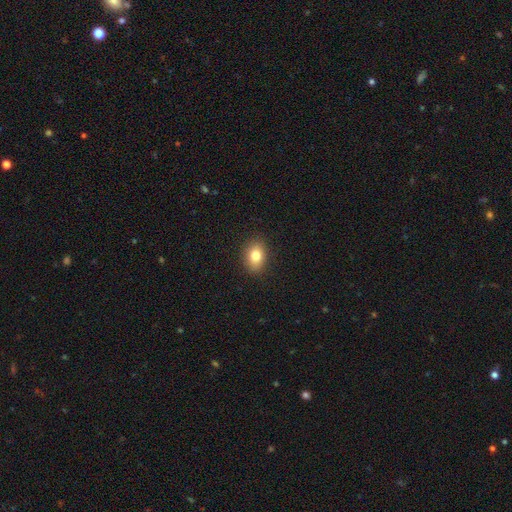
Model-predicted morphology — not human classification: This is clearly a smooth galaxy (80%). How rounded: likely in between (71%). Merging: clearly none (89%).